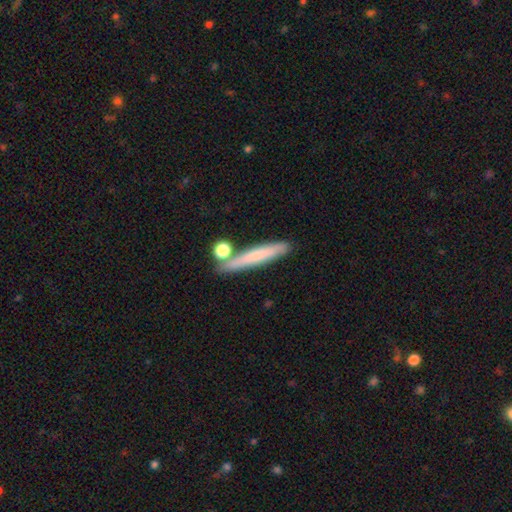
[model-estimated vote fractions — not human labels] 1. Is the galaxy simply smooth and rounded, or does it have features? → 64% smooth, 28% featured or disk, 8% star or artifact.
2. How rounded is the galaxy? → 90% cigar-shaped, 7% in between, 3% round.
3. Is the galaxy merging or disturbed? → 72% none, 13% minor disturbance, 11% merger, 4% major disturbance.